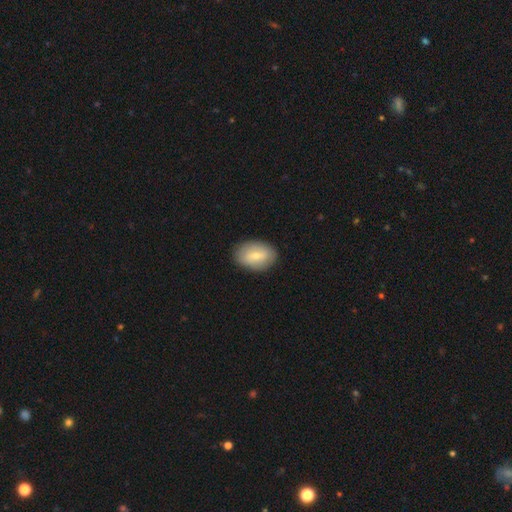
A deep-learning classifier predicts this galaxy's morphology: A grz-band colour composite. It shows a smooth galaxy with no disk features (66%) that is in between round and cigar-shaped (85%). Merging: none (86%).